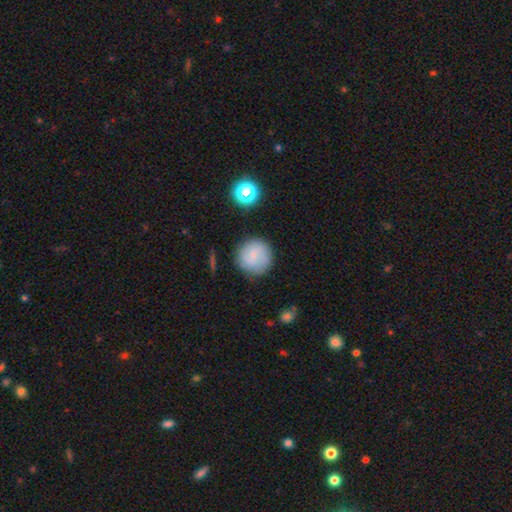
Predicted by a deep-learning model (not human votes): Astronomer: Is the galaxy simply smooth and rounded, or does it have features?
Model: smooth — 70%.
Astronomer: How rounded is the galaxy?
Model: round — 94%.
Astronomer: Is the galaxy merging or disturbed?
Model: none — 81%.